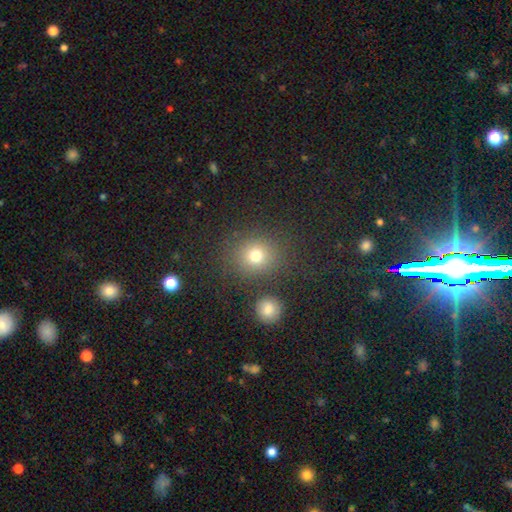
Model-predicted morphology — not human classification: This appears to be a smooth galaxy with no disk features (74%) that is round (82%). Merging: none (81%).